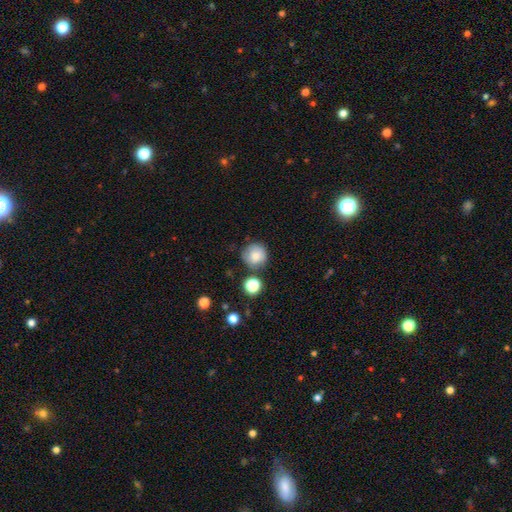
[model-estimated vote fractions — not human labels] A smooth galaxy with no disk features (81%) that is round (92%).

Vote fractions:
- Smooth or featured? smooth: 81% / star or artifact: 10% / featured or disk: 9%
- How rounded? round: 92% / in between: 7% / cigar-shaped: 1%
- Merging? none: 74% / minor disturbance: 15% / merger: 7% / major disturbance: 4%